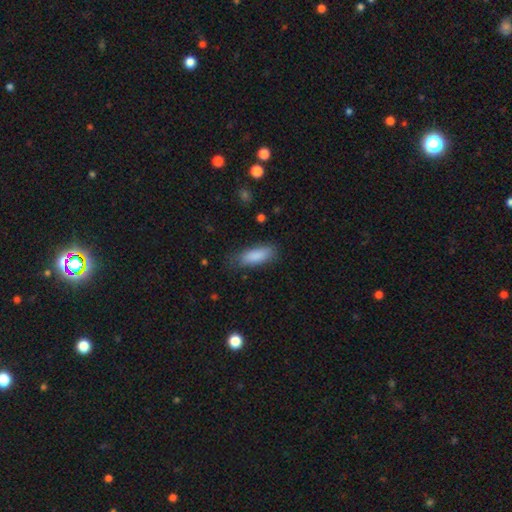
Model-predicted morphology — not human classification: Smooth or featured? Predicted: smooth (p=0.87). How rounded? Predicted: in between (p=0.72). Merging? Predicted: none (p=0.74).